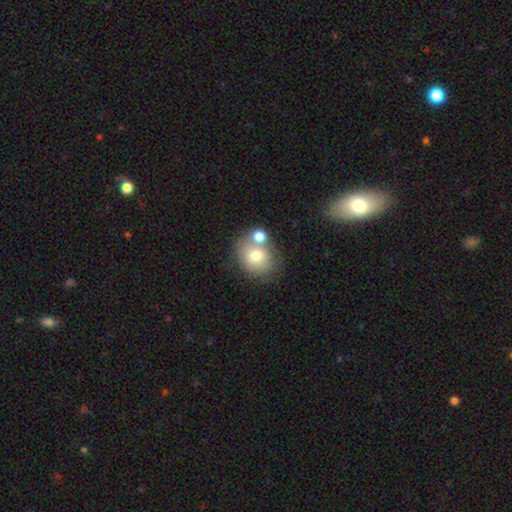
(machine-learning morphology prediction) This is likely a smooth galaxy (73%). How rounded: possibly round (55%). Merging: marginally none (44%).